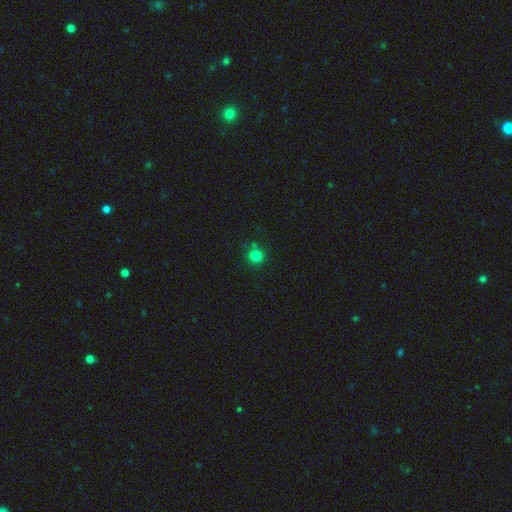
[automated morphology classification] The model was most divided on "smooth or featured": smooth: 81%, star or artifact: 14%, featured or disk: 5%. More confident: how rounded — round (94%); merging — none (80%).